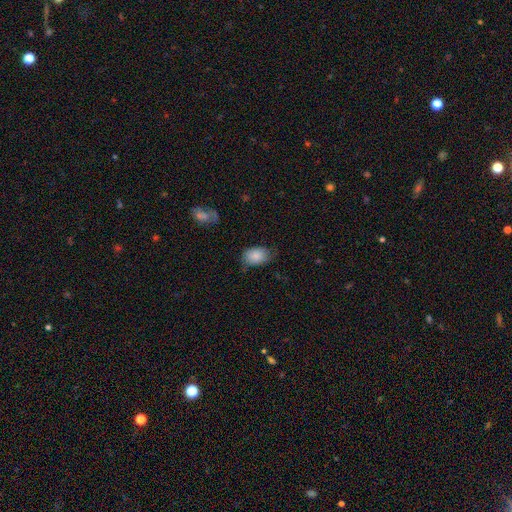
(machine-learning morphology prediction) type=smooth (84%); roundness=in between (81%); merging=none (58%).